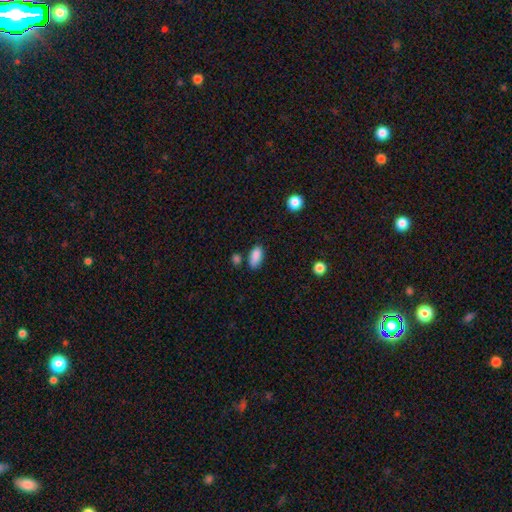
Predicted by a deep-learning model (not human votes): Smooth or featured?
  - smooth: 87% *
  - star or artifact: 8%
  - featured or disk: 5%
How rounded?
  - in between: 88% *
  - cigar-shaped: 8%
  - round: 4%
Merging?
  - none: 72% *
  - minor disturbance: 18%
  - merger: 6%
  - major disturbance: 4%